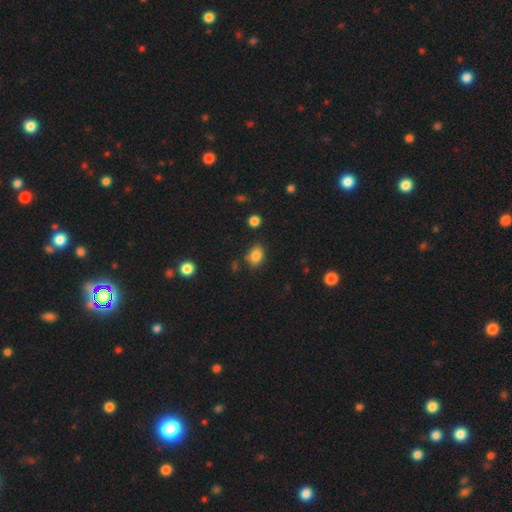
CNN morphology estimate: Q: Smooth or featured?
A: smooth (84%); runner-up: star or artifact (10%)
Q: How rounded?
A: in between (66%); runner-up: round (33%)
Q: Merging?
A: none (75%); runner-up: minor disturbance (17%)